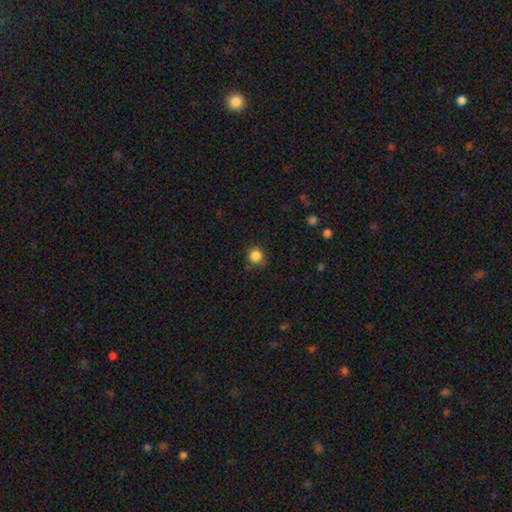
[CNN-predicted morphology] Smooth or featured? smooth (85%)
How rounded? round (87%)
Merging? none (77%)